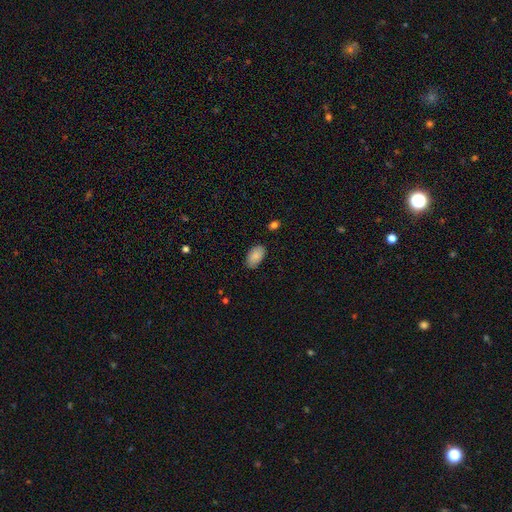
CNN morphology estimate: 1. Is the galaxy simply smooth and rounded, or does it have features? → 88% smooth, 7% star or artifact, 6% featured or disk.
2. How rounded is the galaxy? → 94% in between, 4% round, 1% cigar-shaped.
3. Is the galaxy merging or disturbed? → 85% none, 11% minor disturbance, 2% major disturbance, 1% merger.